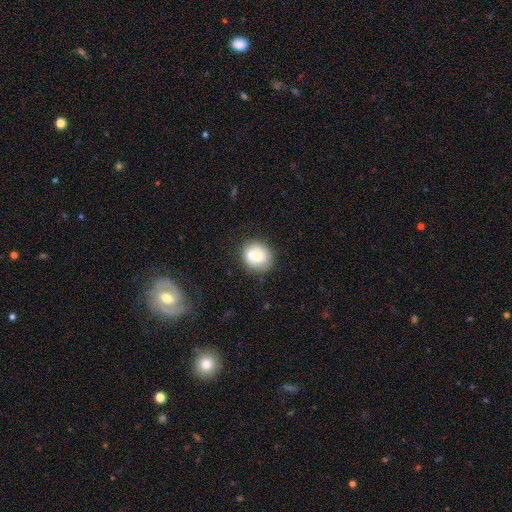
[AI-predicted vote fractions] The model was most divided on "how rounded": round: 70%, in between: 30%, cigar-shaped: 1%. More confident: merging — none (73%); smooth or featured — smooth (68%).